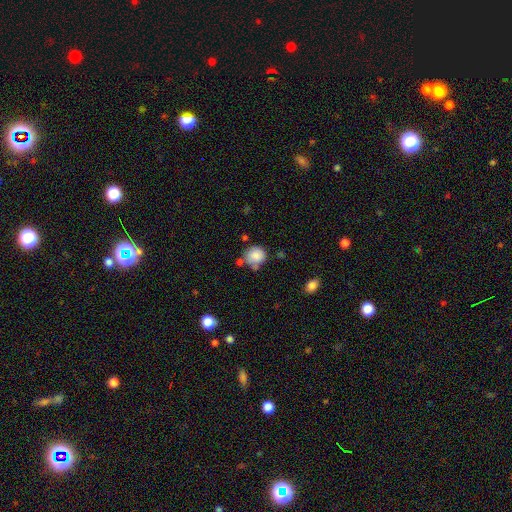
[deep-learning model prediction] Overall: smooth (84%). How rounded: round (86%). Merging: none (55%; minor disturbance 24%).